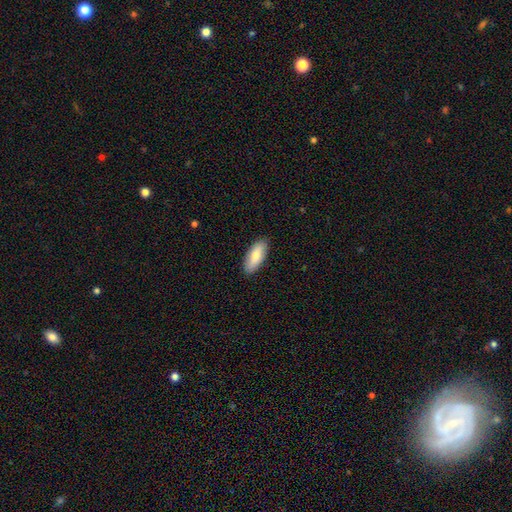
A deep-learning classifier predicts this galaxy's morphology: This appears to be a smooth galaxy with no disk features (76%) that is in between round and cigar-shaped (82%). Merging: none (89%).